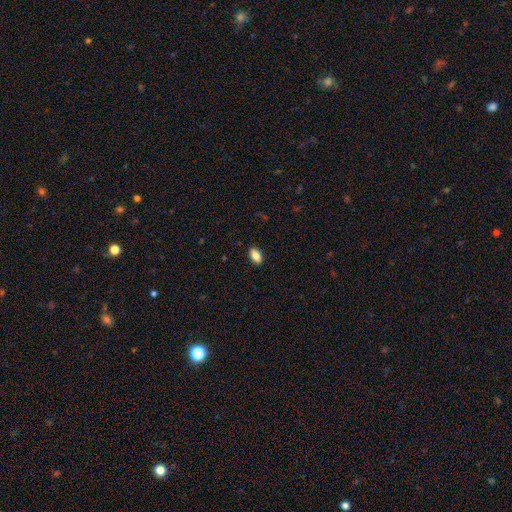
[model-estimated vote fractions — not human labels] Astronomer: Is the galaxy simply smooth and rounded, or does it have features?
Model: smooth — 85%.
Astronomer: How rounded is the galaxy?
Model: in between — 91%.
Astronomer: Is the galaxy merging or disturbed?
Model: none — 89%.